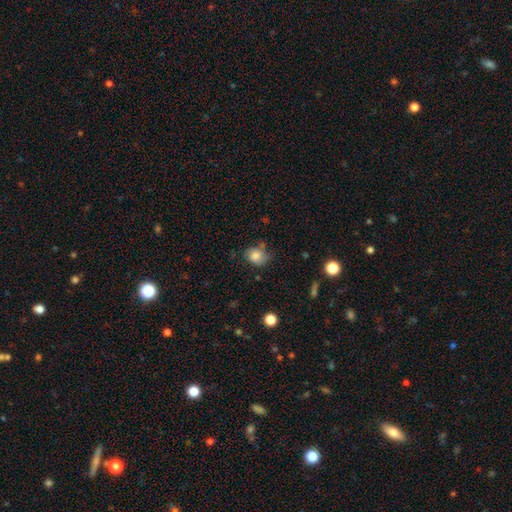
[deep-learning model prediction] Smooth or featured: smooth — 79% (featured or disk — 11%)
How rounded: round — 58% (in between — 41%)
Merging: none — 58% (minor disturbance — 28%)